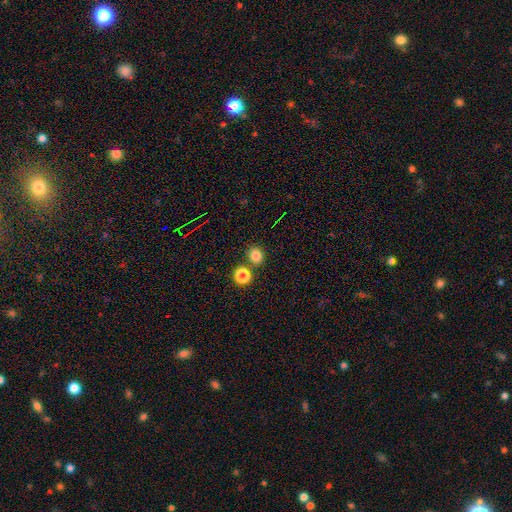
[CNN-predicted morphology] This is clearly a smooth galaxy (81%). How rounded: likely round (74%). Merging: likely none (76%).